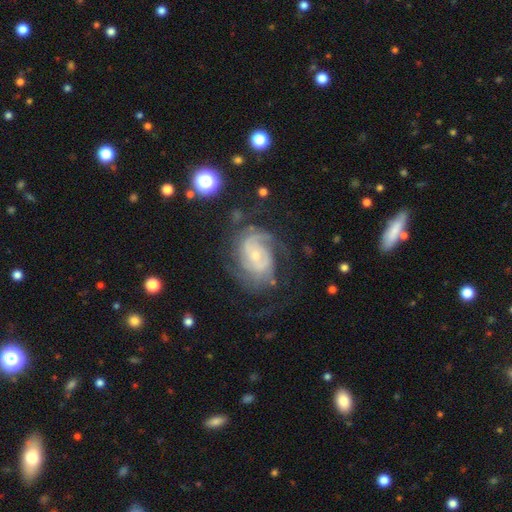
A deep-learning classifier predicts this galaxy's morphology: Overall: featured or disk (85%). Edge-on disk: no (98%). Bar: no (60%; weak 33%). Spiral arms: yes (94%). Spiral arm count: 2 (40%; can't tell 28%). Spiral winding: tight (53%; medium 36%). Bulge size: small (67%). Merging: none (59%; minor disturbance 20%).